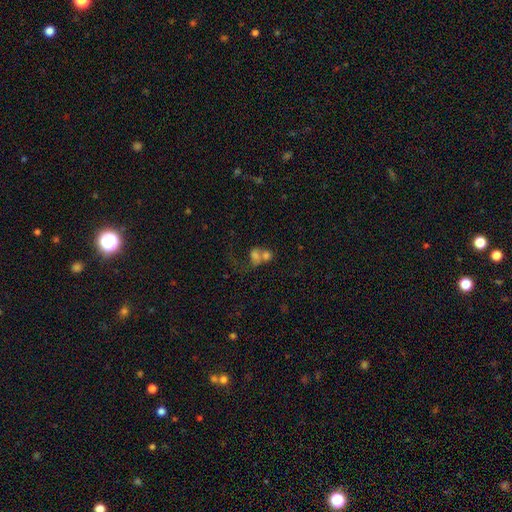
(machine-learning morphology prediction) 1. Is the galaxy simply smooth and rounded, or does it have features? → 61% smooth, 22% featured or disk, 17% star or artifact.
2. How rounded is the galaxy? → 55% round, 43% in between, 2% cigar-shaped.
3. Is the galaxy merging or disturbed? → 64% merger, 17% none, 12% major disturbance, 7% minor disturbance.